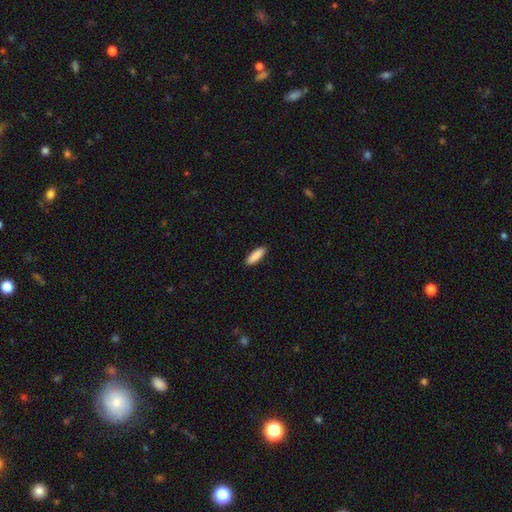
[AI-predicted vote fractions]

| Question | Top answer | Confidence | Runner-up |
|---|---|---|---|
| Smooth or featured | smooth | 90% | star or artifact (6%) |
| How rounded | cigar-shaped | 49% | tied: in between (49%) |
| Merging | none | 90% | minor disturbance (7%) |